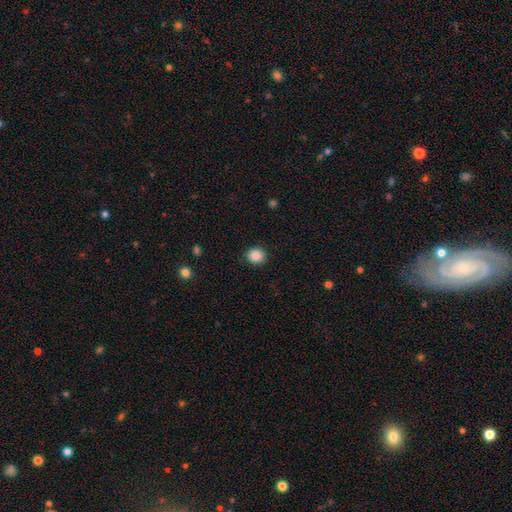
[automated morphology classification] Smooth or featured? Predicted: smooth (p=0.87). How rounded? Predicted: round (p=0.82). Merging? Predicted: none (p=0.89).